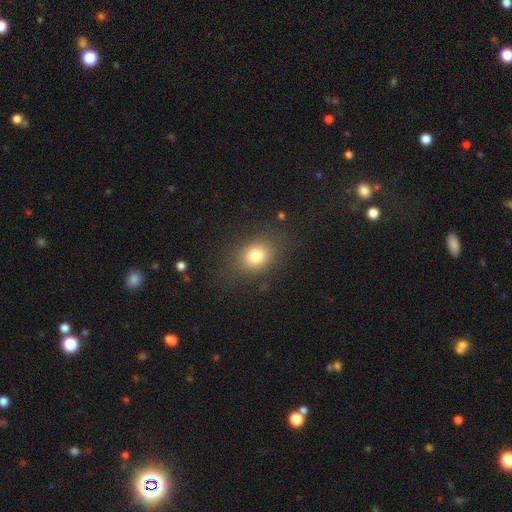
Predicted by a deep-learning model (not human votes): The model was most divided on "how rounded": in between: 50%, round: 49%, cigar-shaped: 1%. More confident: merging — none (82%); smooth or featured — smooth (79%).